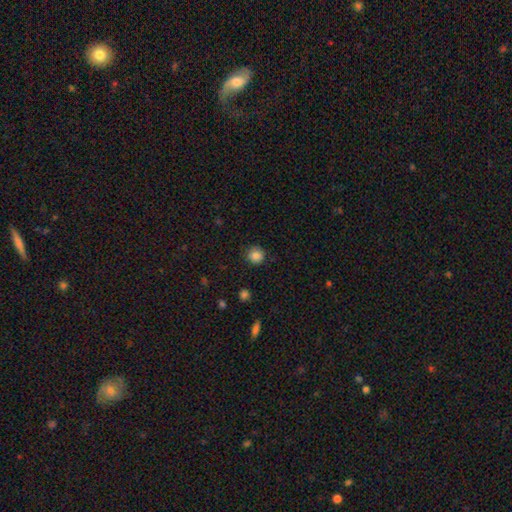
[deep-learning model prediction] Overall: smooth (85%). How rounded: round (92%). Merging: none (87%).